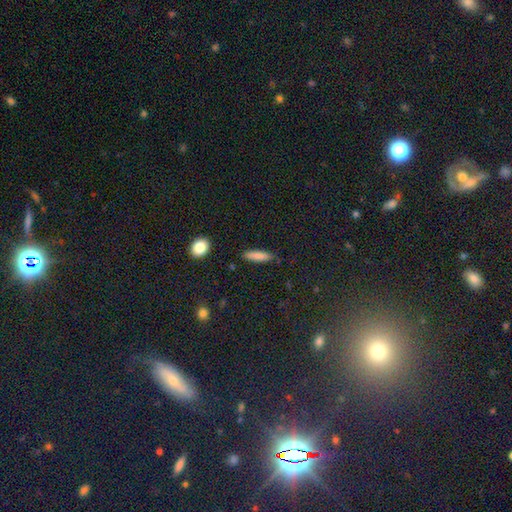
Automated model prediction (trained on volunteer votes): smooth_or_featured: smooth (p=0.83) [alt: featured or disk p=0.10]
how_rounded: cigar-shaped (p=0.75) [alt: in between p=0.23]
merging: none (p=0.87) [alt: minor disturbance p=0.09]